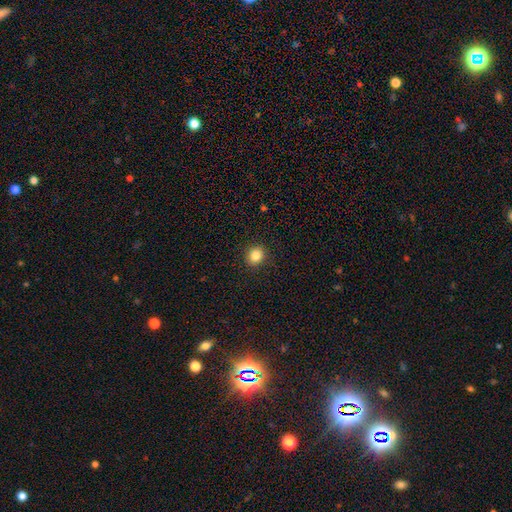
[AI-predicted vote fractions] smooth_or_featured: smooth (p=0.85) [alt: star or artifact p=0.11]
how_rounded: round (p=0.82) [alt: in between p=0.17]
merging: none (p=0.91) [alt: minor disturbance p=0.06]